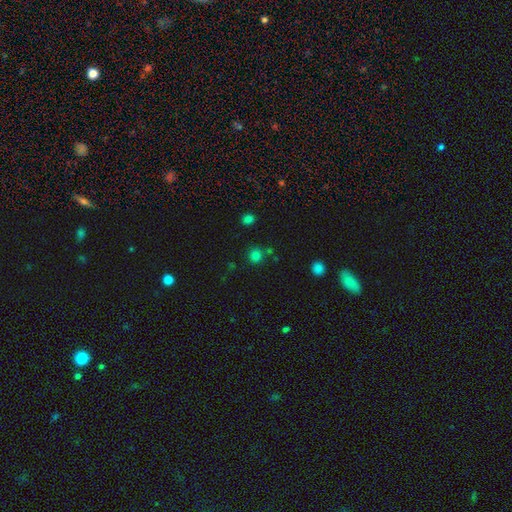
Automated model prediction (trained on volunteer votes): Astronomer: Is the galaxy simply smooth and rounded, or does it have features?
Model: smooth — 78%.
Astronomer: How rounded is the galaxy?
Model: round — 91%.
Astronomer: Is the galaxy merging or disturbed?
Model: none — 79%.